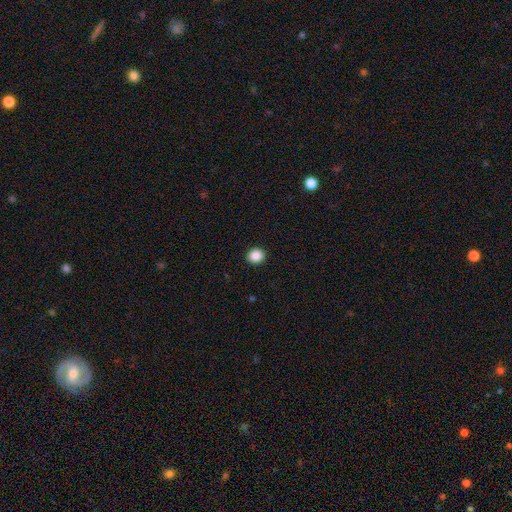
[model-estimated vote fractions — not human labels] smooth-or-featured: smooth: 87% | star or artifact: 10% | featured or disk: 3%
  how-rounded: round: 84% | in between: 15% | cigar-shaped: 1%
  merging: none: 93% | minor disturbance: 5% | major disturbance: 2% | merger: 1%